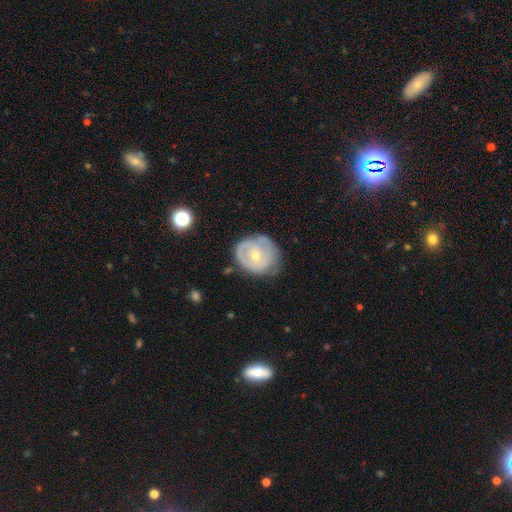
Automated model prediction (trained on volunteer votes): Overall: featured or disk (57%; smooth 37%). Edge-on disk: no (96%). Bar: no (70%). Spiral arms: yes (51%; no 49%). Bulge size: moderate (52%; small 44%). Merging: none (54%; minor disturbance 32%).